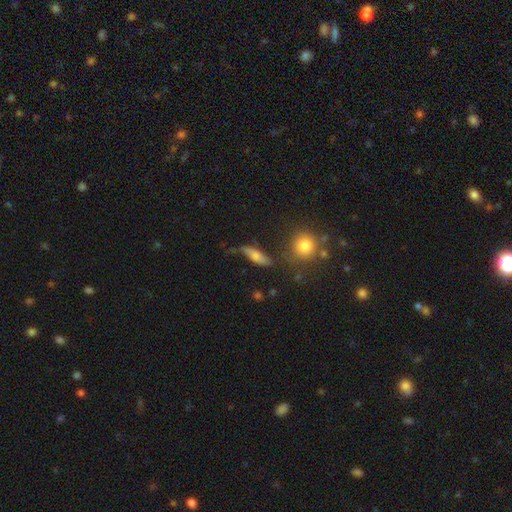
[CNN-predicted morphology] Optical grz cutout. It shows a smooth galaxy with no disk features (58%) that is in between round and cigar-shaped (47%). Merging: none (52%).